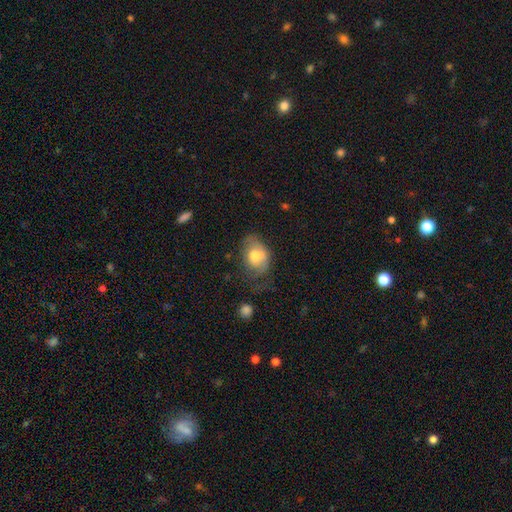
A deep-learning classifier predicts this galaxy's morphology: smooth 63%, featured or disk 29%, star or artifact 8%. Down the decision tree: how rounded — in between (77%); merging — none (32%).